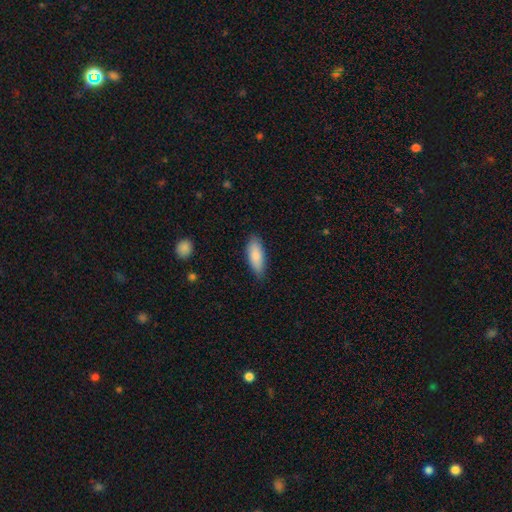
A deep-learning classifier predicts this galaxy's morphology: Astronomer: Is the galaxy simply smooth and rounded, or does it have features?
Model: smooth — 86%.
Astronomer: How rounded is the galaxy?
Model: in between — 71%.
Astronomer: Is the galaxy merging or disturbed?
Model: none — 81%.